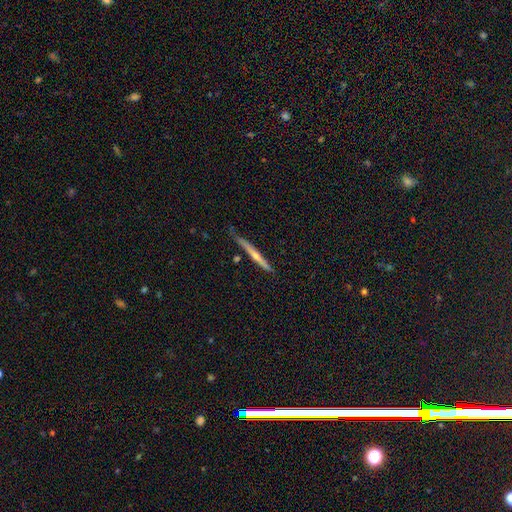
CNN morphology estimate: Smooth or featured?
  - featured or disk: 66% *
  - smooth: 28%
  - star or artifact: 6%
Edge-on disk?
  - yes: 97% *
  - no: 3%
Edge-on bulge?
  - rounded: 71% *
  - none: 25%
  - boxy: 3%
Merging?
  - none: 79% *
  - minor disturbance: 16%
  - merger: 2%
  - major disturbance: 2%